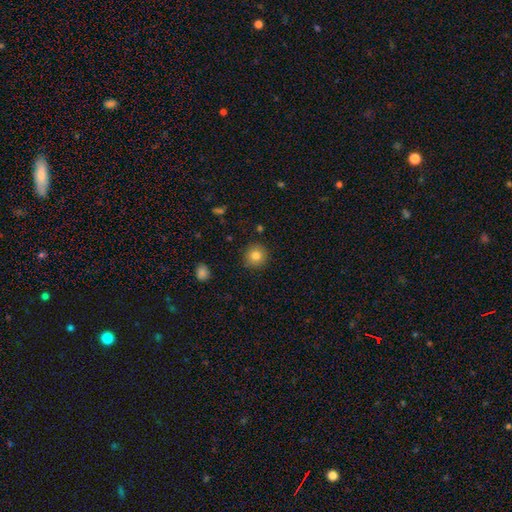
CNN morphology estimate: This is clearly a smooth galaxy (81%). How rounded: clearly round (93%). Merging: clearly none (90%).